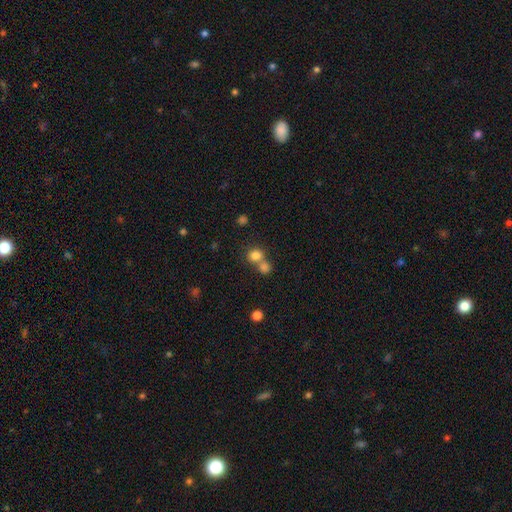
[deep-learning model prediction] A smooth galaxy with no disk features (80%) that is round (69%).

Vote fractions:
- Smooth or featured? smooth: 80% / star or artifact: 12% / featured or disk: 8%
- How rounded? round: 69% / in between: 30% / cigar-shaped: 1%
- Merging? merger: 48% / none: 41% / minor disturbance: 7% / major disturbance: 4%